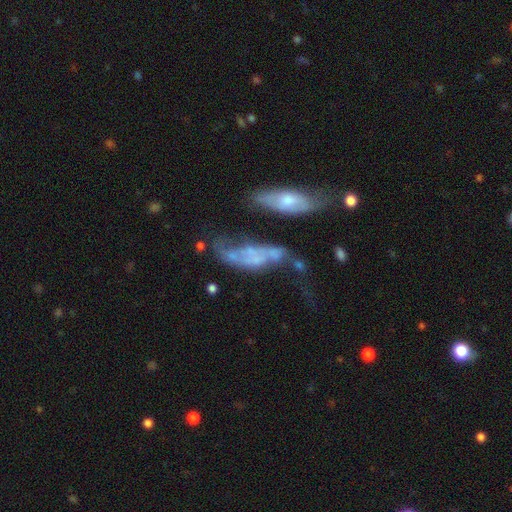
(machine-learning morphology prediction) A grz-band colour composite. It shows a featured or disk galaxy (58%). Merging: merger (31%, tied with major disturbance).